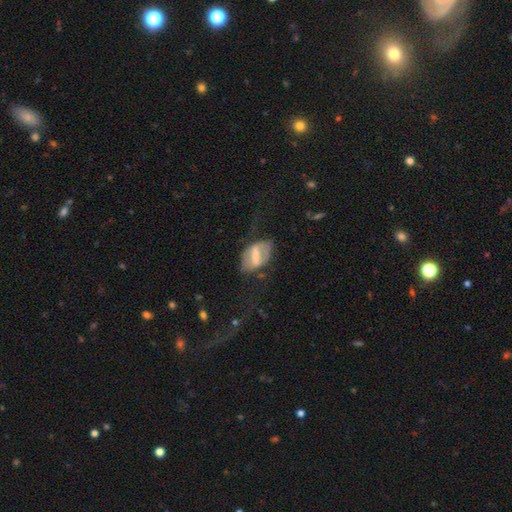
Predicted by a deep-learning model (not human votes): Smooth or featured: featured or disk — 51% (smooth — 41%)
Edge-on disk: no — 89% (yes — 11%)
Merging: none — 47% (minor disturbance — 25%)